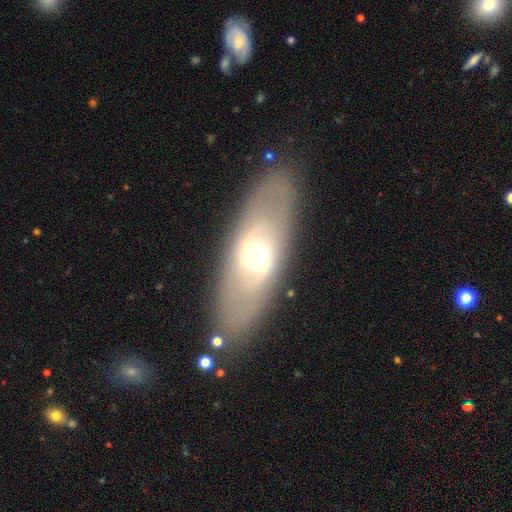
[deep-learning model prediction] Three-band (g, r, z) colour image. It shows a featured or disk galaxy (52%). Merging: none (84%).